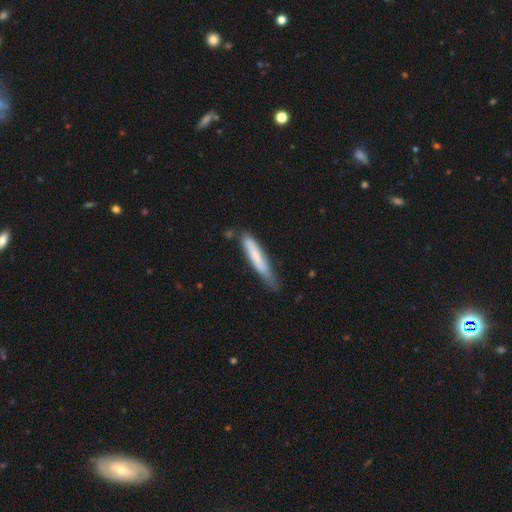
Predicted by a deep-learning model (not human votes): Smooth or featured? smooth (68%)
How rounded? cigar-shaped (93%)
Merging? none (54%)